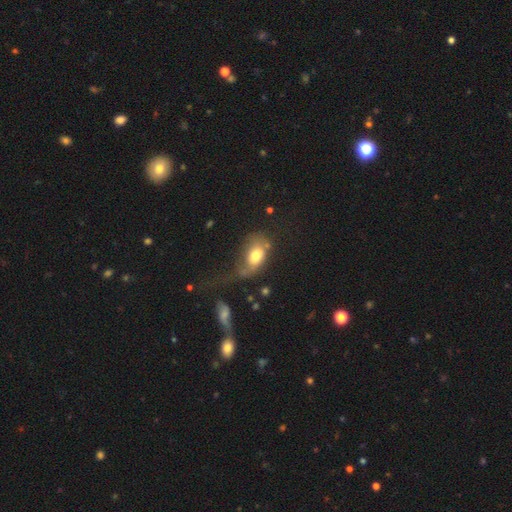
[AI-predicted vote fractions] Smooth or featured? Predicted: smooth (p=0.67). How rounded? Predicted: in between (p=0.83). Merging? Predicted: major disturbance (p=0.39).